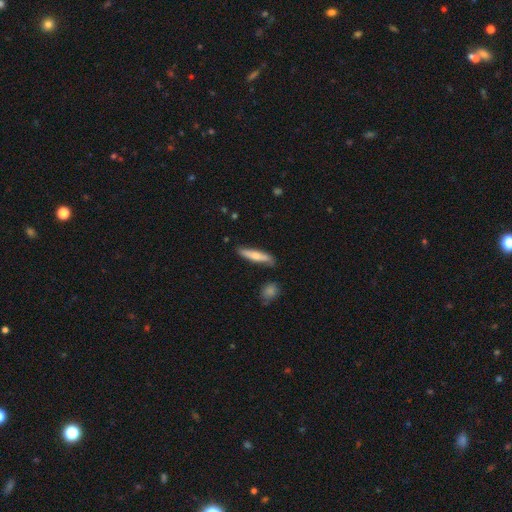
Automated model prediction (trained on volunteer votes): Morphology: type=smooth (60%); roundness=cigar-shaped (82%); merging=none (80%).